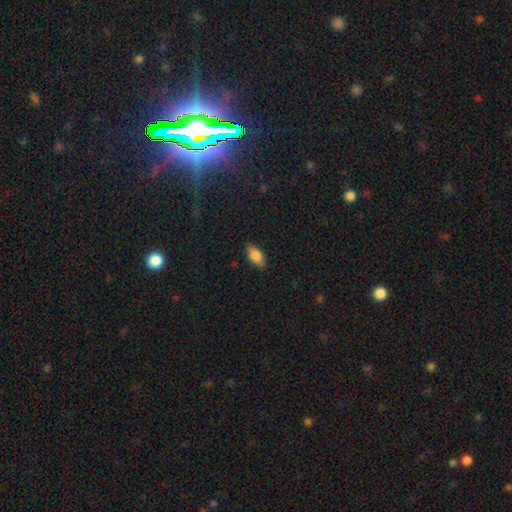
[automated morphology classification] smooth 81%, featured or disk 11%, star or artifact 8%. Down the decision tree: how rounded — in between (89%); merging — none (82%).